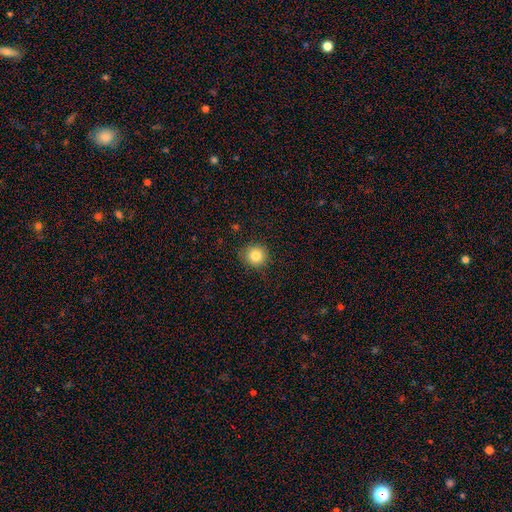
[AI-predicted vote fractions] Smooth or featured: smooth — 84% (star or artifact — 10%)
How rounded: round — 94% (in between — 5%)
Merging: none — 88% (minor disturbance — 9%)